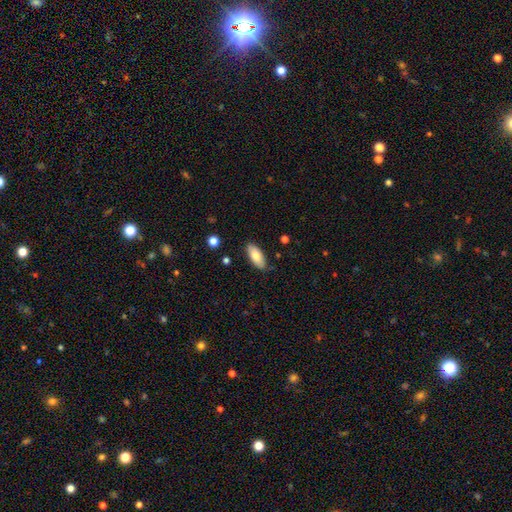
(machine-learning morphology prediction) Smooth or featured? smooth (76%)
How rounded? in between (85%)
Merging? none (83%)